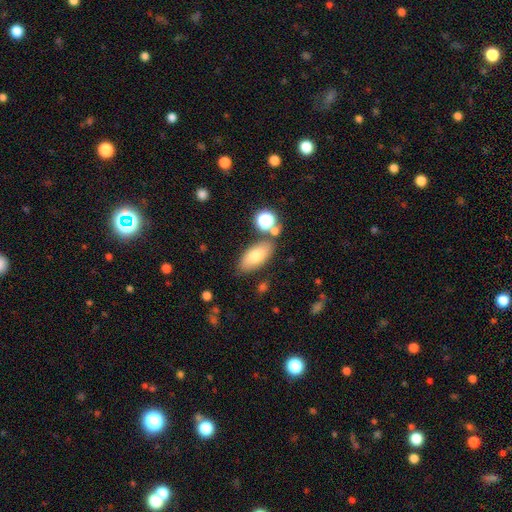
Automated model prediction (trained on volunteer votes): The model was most divided on "smooth or featured": smooth: 76%, featured or disk: 15%, star or artifact: 9%. More confident: how rounded — in between (87%); merging — none (74%).